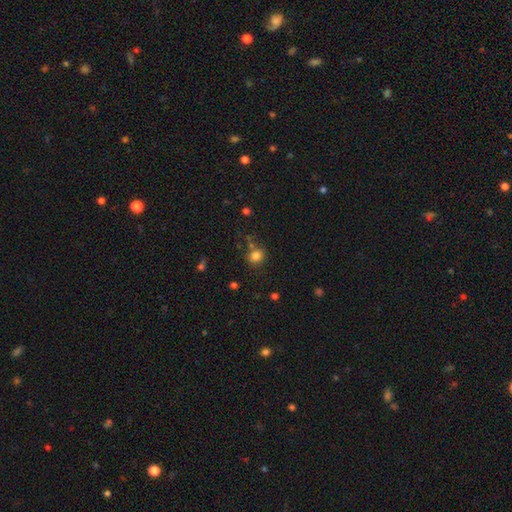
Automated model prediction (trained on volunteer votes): Overall: smooth (81%). How rounded: round (80%). Merging: none (72%).